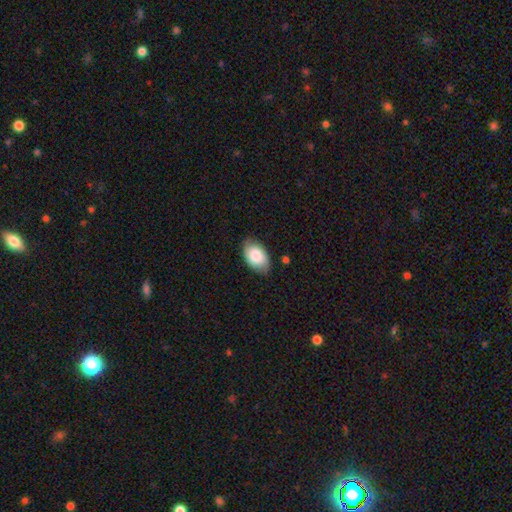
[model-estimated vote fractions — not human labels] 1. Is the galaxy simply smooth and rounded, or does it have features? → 82% smooth, 12% featured or disk, 6% star or artifact.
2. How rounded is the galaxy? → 93% in between, 6% round, 1% cigar-shaped.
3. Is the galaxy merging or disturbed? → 79% none, 16% minor disturbance, 3% major disturbance, 1% merger.